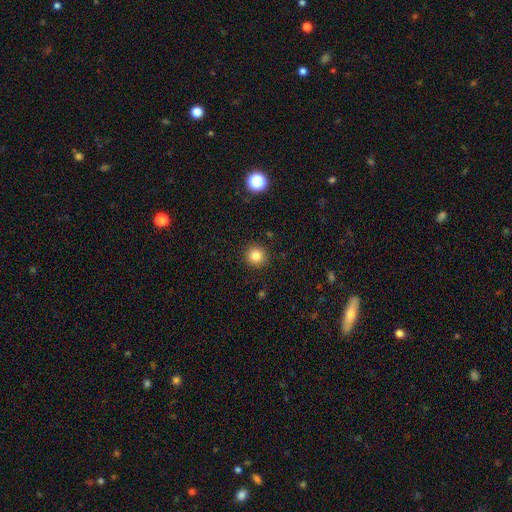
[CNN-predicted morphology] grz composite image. It shows a smooth galaxy with no disk features (82%) that is round (94%). Merging: none (91%).